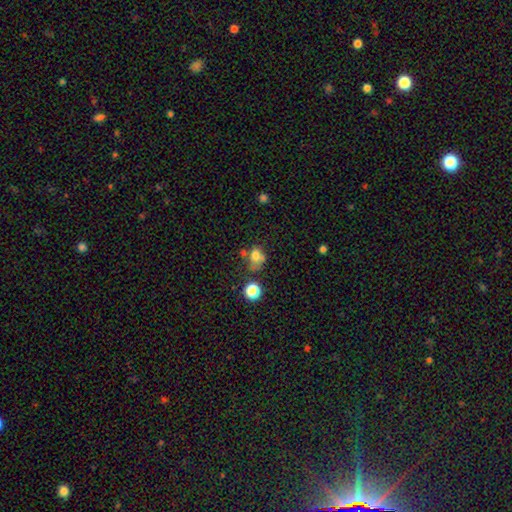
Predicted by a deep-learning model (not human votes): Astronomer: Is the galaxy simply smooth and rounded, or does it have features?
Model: smooth — 69%.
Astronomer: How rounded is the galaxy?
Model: in between — 52% (runner-up: round, 47%).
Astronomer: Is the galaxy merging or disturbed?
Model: none — 36% (runner-up: merger, 28%).